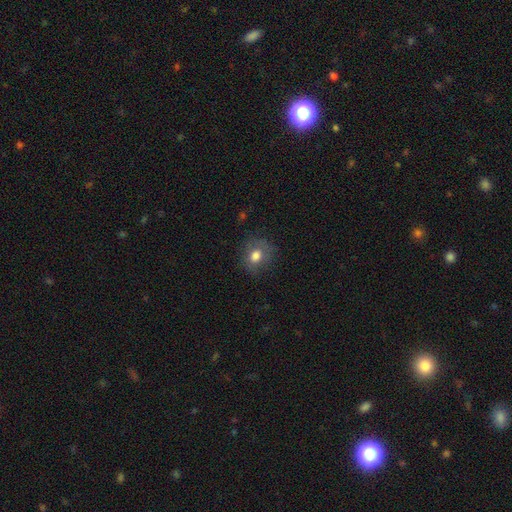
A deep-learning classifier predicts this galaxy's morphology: This appears to be a smooth galaxy with no disk features (71%) that is round (65%). Merging: none (70%).